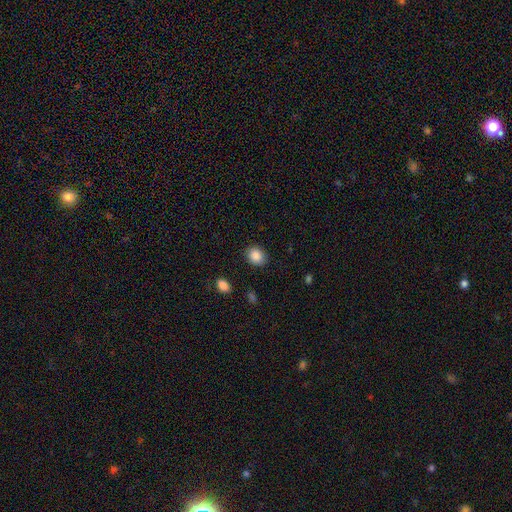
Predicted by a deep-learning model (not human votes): Q: Smooth or featured?
A: smooth (88%); runner-up: star or artifact (8%)
Q: How rounded?
A: round (55%); runner-up: in between (44%)
Q: Merging?
A: none (88%); runner-up: minor disturbance (8%)